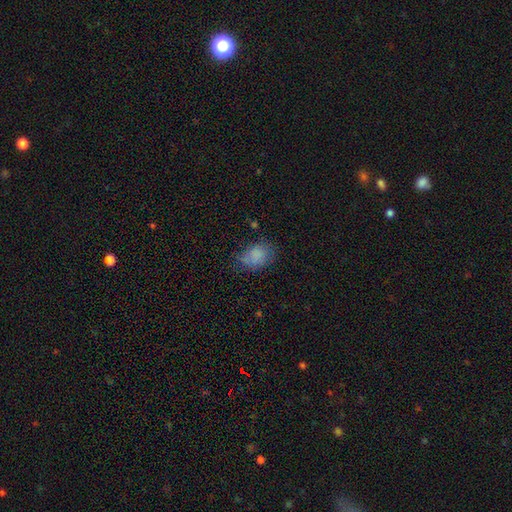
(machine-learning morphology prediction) smooth-or-featured: smooth: 77% | star or artifact: 12% | featured or disk: 11%
  how-rounded: in between: 70% | round: 29% | cigar-shaped: 1%
  merging: none: 56% | minor disturbance: 28% | major disturbance: 12% | merger: 3%